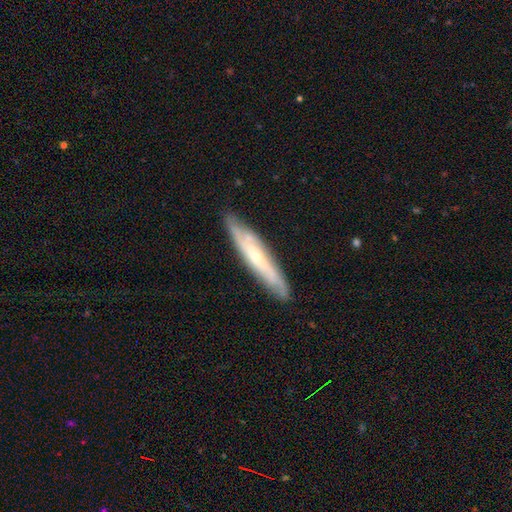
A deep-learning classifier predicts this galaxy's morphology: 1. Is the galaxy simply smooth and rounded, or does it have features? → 66% featured or disk, 28% smooth, 6% star or artifact.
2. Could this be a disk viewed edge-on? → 56% yes, 44% no.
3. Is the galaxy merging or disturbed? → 82% none, 14% minor disturbance, 3% major disturbance, 1% merger.